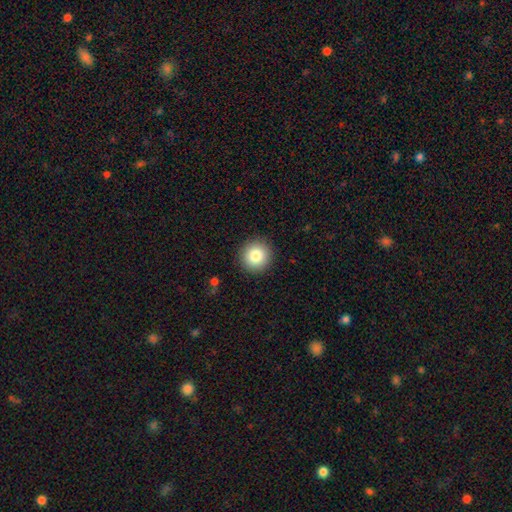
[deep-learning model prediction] Smooth or featured? Predicted: smooth (p=0.83). How rounded? Predicted: round (p=0.94). Merging? Predicted: none (p=0.91).